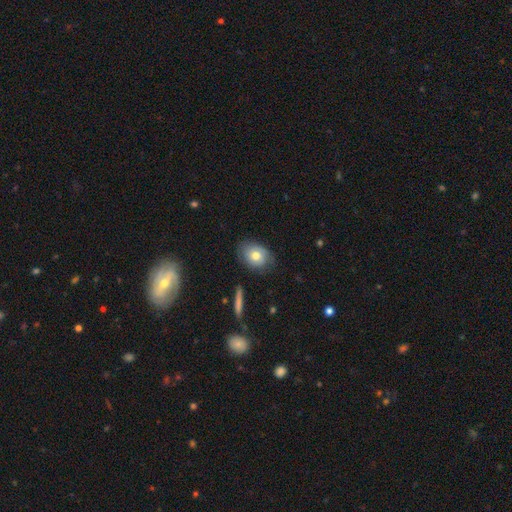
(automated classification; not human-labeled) Q: Smooth or featured?
A: smooth (63%); runner-up: featured or disk (29%)
Q: How rounded?
A: in between (66%); runner-up: round (32%)
Q: Merging?
A: none (73%); runner-up: minor disturbance (20%)